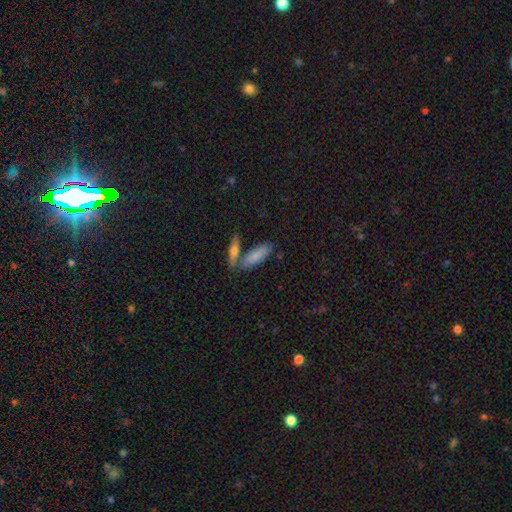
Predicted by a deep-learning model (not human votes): Smooth or featured: smooth — 78% (featured or disk — 16%)
How rounded: in between — 55% (cigar-shaped — 43%)
Merging: none — 58% (merger — 26%)